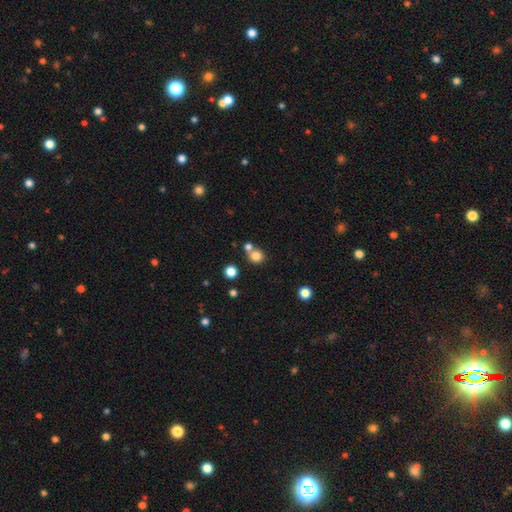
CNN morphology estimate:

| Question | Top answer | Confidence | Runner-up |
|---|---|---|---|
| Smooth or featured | smooth | 80% | star or artifact (13%) |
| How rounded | round | 89% | in between (10%) |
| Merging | none | 58% | merger (33%) |